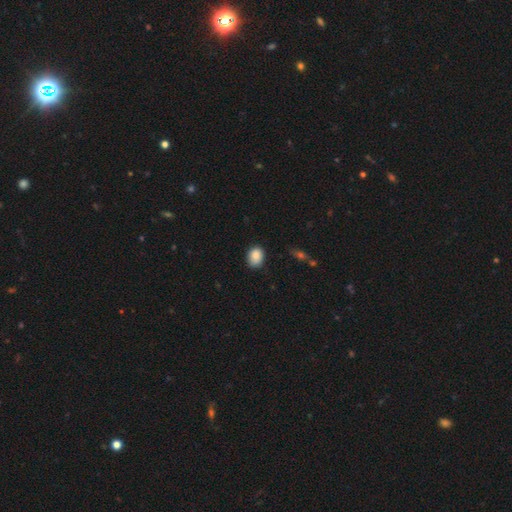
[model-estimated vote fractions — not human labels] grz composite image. It shows a smooth galaxy with no disk features (87%) that is in between round and cigar-shaped (61%). Merging: none (77%).